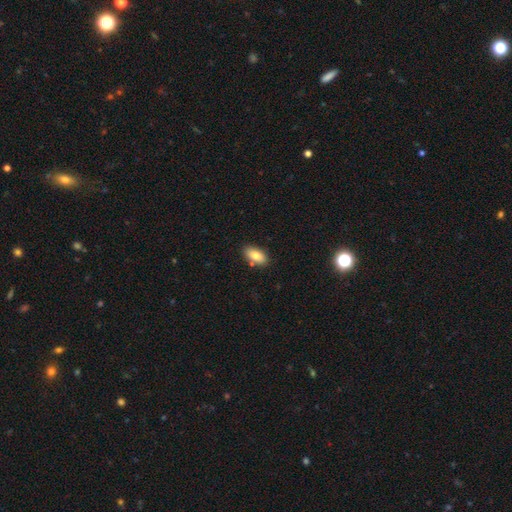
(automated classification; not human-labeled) smooth-or-featured: smooth: 81% | featured or disk: 12% | star or artifact: 7%
  how-rounded: in between: 91% | cigar-shaped: 6% | round: 3%
  merging: none: 82% | minor disturbance: 11% | merger: 5% | major disturbance: 2%